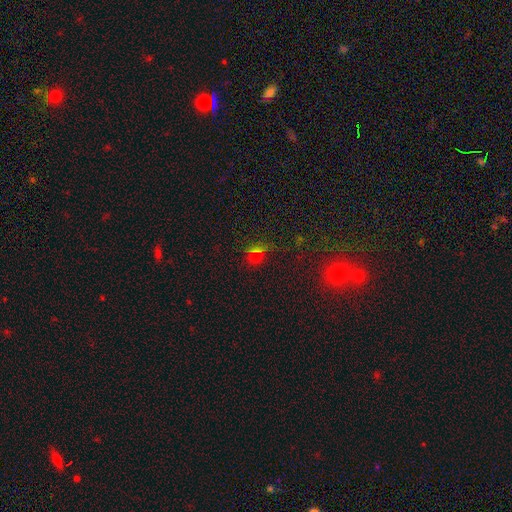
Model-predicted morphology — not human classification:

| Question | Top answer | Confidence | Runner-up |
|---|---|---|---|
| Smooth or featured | star or artifact | 48% | smooth (43%) |